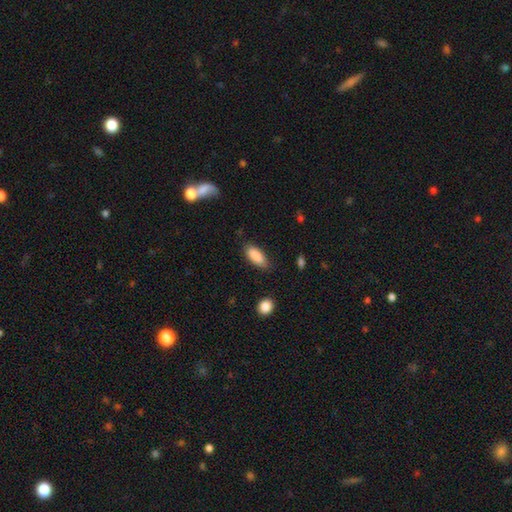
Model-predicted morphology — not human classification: This is clearly a smooth galaxy (88%). How rounded: clearly in between (80%). Merging: likely none (78%).